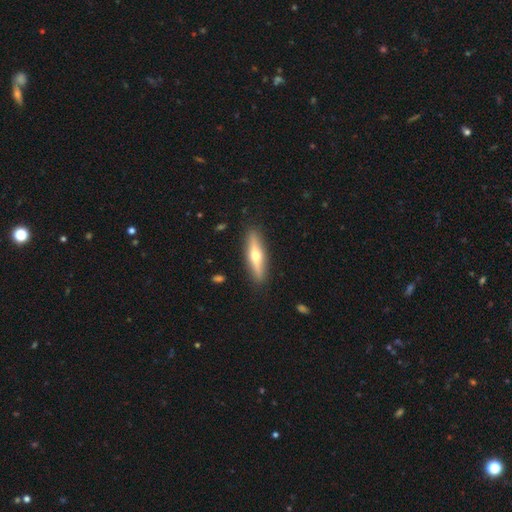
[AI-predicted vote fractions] Overall: featured or disk (56%; smooth 39%). Edge-on disk: yes (92%). Edge-on bulge: rounded (92%). Merging: none (89%).